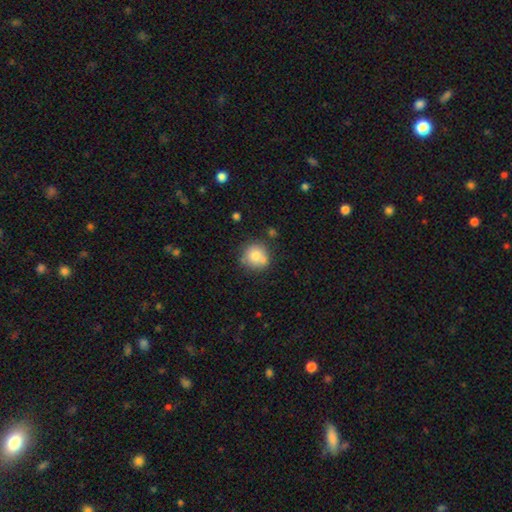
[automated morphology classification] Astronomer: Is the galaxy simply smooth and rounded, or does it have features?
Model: smooth — 77%.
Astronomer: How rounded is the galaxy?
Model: round — 90%.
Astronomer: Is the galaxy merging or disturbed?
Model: none — 64%.